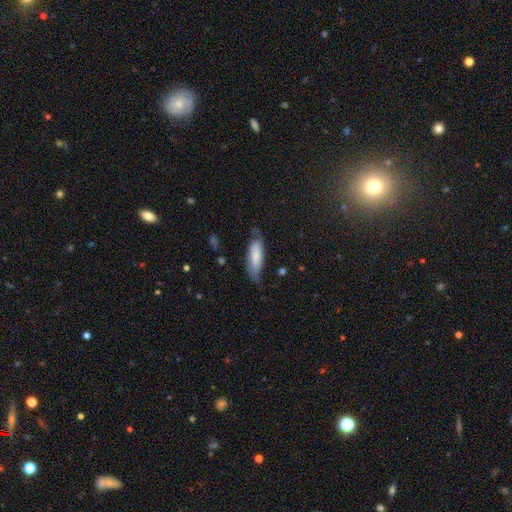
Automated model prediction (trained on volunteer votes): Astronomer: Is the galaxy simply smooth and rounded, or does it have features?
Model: smooth — 70%.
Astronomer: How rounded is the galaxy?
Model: in between — 56% (runner-up: cigar-shaped, 43%).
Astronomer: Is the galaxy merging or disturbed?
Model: none — 54% (runner-up: minor disturbance, 32%).